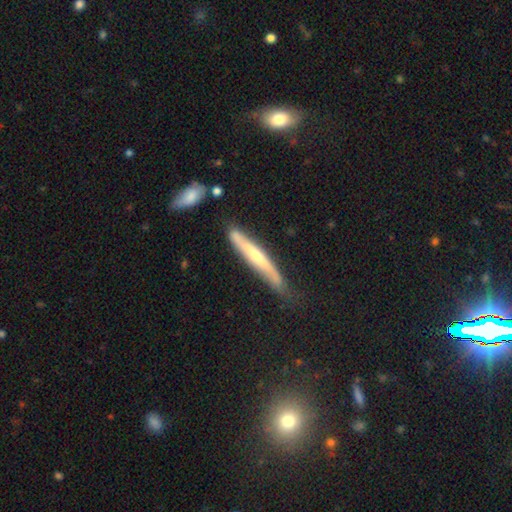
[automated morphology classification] Smooth or featured? Predicted: featured or disk (p=0.53). Edge-on disk? Predicted: yes (p=0.84). Merging? Predicted: none (p=0.64).